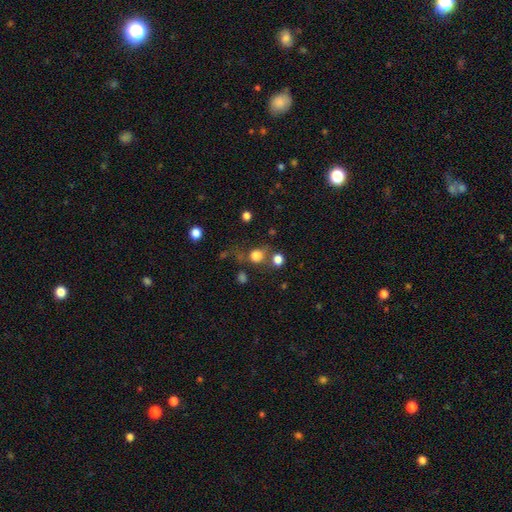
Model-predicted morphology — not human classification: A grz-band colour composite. It shows a smooth galaxy with no disk features (77%) that is round (84%). Merging: none (59%).